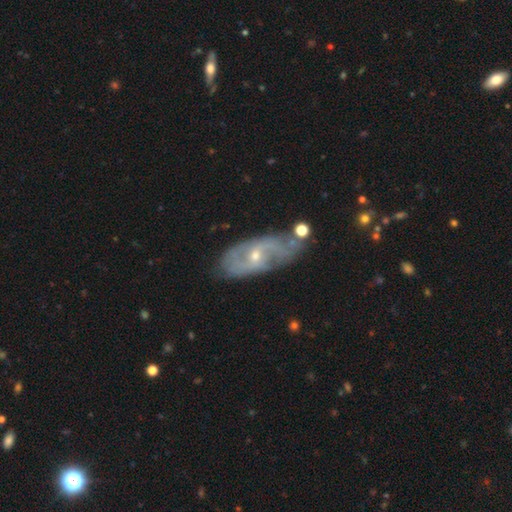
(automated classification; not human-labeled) featured or disk 78%, smooth 16%, star or artifact 6%. Down the decision tree: edge-on disk — no (91%); bar — no (47%); spiral arms — yes (85%); spiral arm count — 2 (63%); spiral winding — medium (42%); bulge size — small (62%); merging — none (64%).